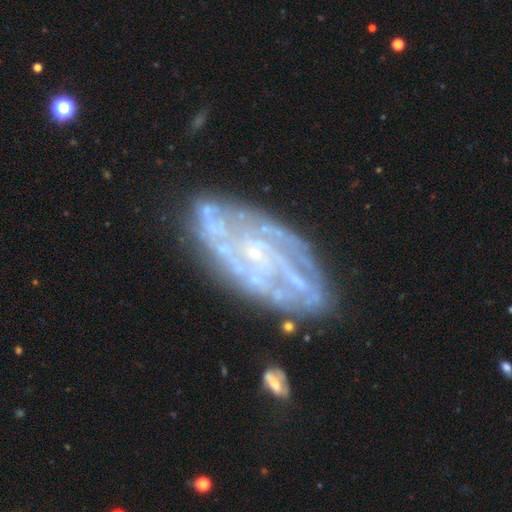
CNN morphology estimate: smooth_or_featured: featured or disk (p=0.83) [alt: smooth p=0.10]
disk_edge_on: no (p=0.93) [alt: yes p=0.07]
bar: no (p=0.71) [alt: weak p=0.22]
has_spiral_arms: yes (p=0.84) [alt: no p=0.16]
spiral_winding: tight (p=0.62) [alt: medium p=0.28]
spiral_arm_count: can't tell (p=0.44) [alt: 2 p=0.16]
bulge_size: small (p=0.76) [alt: moderate p=0.12]
merging: none (p=0.71) [alt: minor disturbance p=0.18]